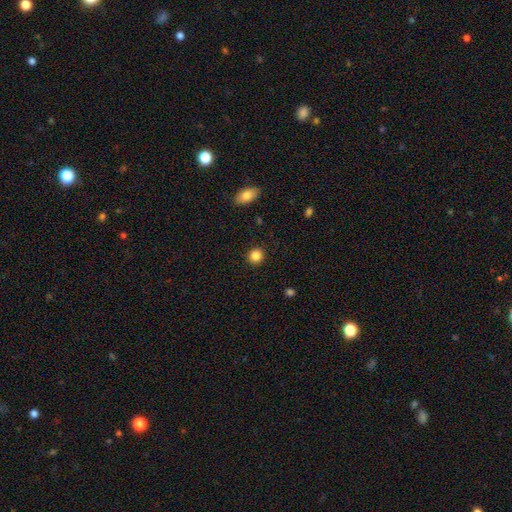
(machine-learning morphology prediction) smooth-or-featured: smooth: 86% | star or artifact: 10% | featured or disk: 4%
  how-rounded: round: 88% | in between: 11% | cigar-shaped: 1%
  merging: none: 91% | minor disturbance: 6% | major disturbance: 2% | merger: 1%